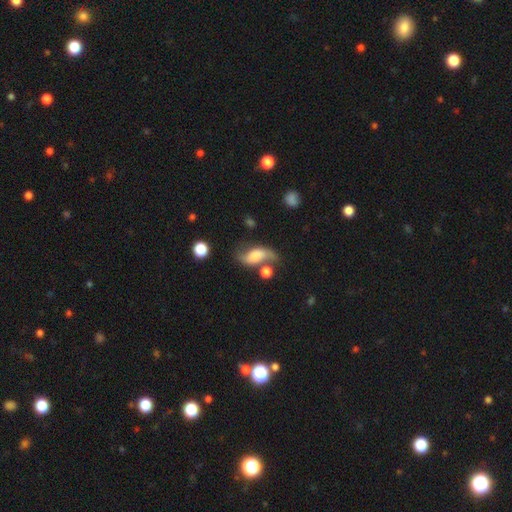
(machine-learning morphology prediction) Overall: featured or disk (56%; smooth 35%). Edge-on disk: no (92%). Bar: no (55%; weak 30%). Spiral arms: yes (88%). Bulge size: none (25%, tied with large). Merging: none (47%; minor disturbance 23%).